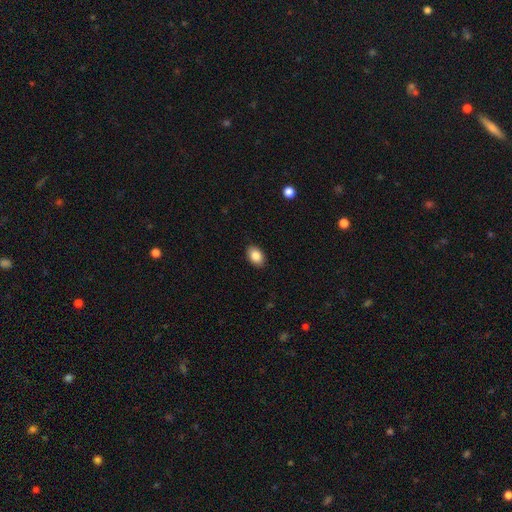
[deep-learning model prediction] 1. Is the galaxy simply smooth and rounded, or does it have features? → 86% smooth, 8% star or artifact, 6% featured or disk.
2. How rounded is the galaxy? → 85% in between, 14% round, 1% cigar-shaped.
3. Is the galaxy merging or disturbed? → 90% none, 8% minor disturbance, 2% major disturbance, 1% merger.